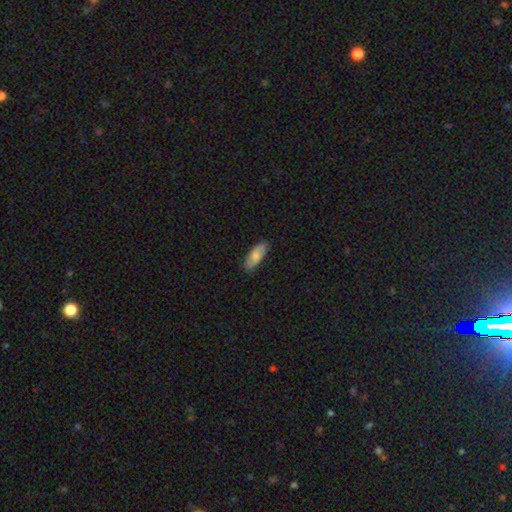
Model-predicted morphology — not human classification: smooth-or-featured: smooth: 67% | featured or disk: 27% | star or artifact: 6%
  how-rounded: in between: 78% | cigar-shaped: 19% | round: 2%
  merging: none: 85% | minor disturbance: 12% | major disturbance: 2% | merger: 1%